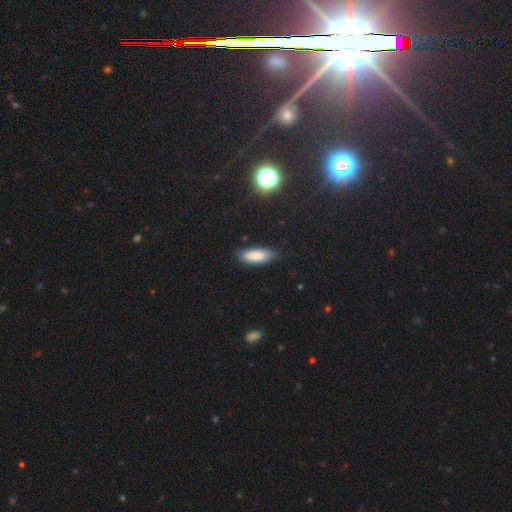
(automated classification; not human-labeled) A smooth galaxy with no disk features (84%) that is in between round and cigar-shaped (66%).

Vote fractions:
- Smooth or featured? smooth: 84% / star or artifact: 8% / featured or disk: 8%
- How rounded? in between: 66% / cigar-shaped: 32% / round: 2%
- Merging? none: 83% / minor disturbance: 14% / major disturbance: 3% / merger: 1%